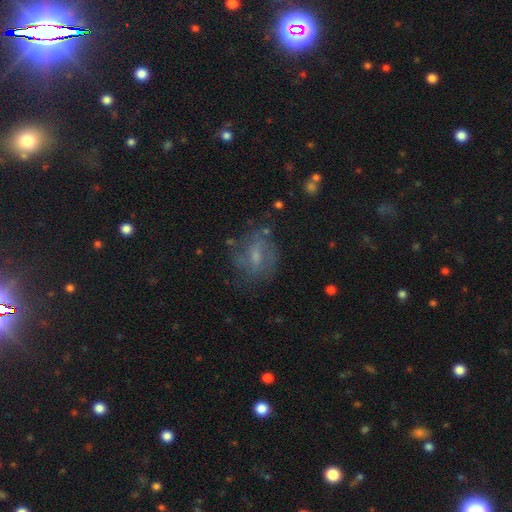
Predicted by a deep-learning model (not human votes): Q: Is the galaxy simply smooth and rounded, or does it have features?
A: featured or disk — 54%.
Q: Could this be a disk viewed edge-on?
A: no — 95%.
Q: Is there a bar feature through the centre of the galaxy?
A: weak — 49%.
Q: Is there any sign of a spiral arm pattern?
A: yes — 62%.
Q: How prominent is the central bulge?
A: small — 46%.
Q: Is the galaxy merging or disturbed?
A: none — 60%.